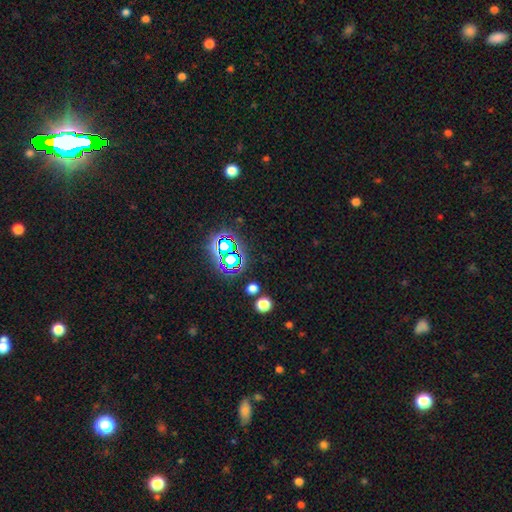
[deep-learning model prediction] Smooth or featured: star or artifact — 79% (smooth — 14%)